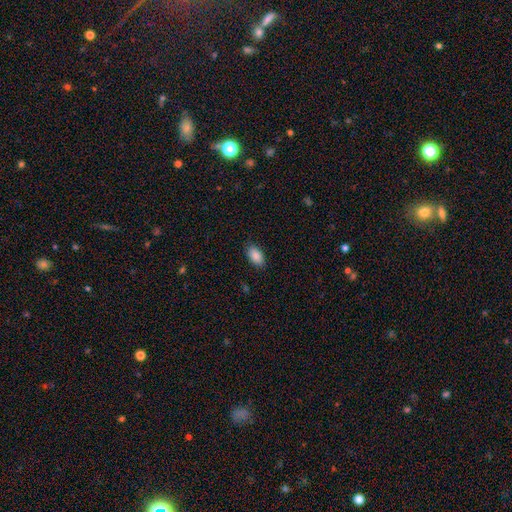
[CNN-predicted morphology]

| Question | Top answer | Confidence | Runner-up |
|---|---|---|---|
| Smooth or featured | smooth | 89% | star or artifact (7%) |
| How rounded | in between | 94% | round (4%) |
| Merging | none | 86% | minor disturbance (10%) |